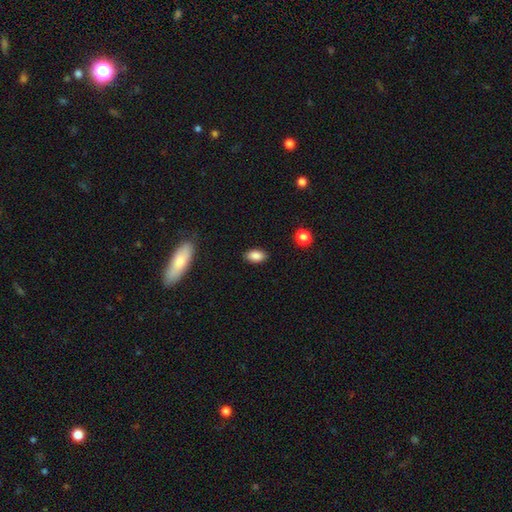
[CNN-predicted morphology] Smooth or featured? smooth (87%)
How rounded? in between (91%)
Merging? none (87%)